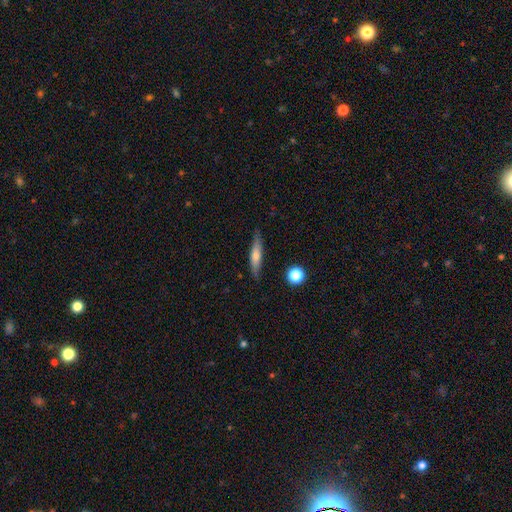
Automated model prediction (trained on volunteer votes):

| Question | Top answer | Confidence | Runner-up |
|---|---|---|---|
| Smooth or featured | smooth | 57% | featured or disk (36%) |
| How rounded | cigar-shaped | 79% | in between (18%) |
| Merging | none | 81% | minor disturbance (14%) |